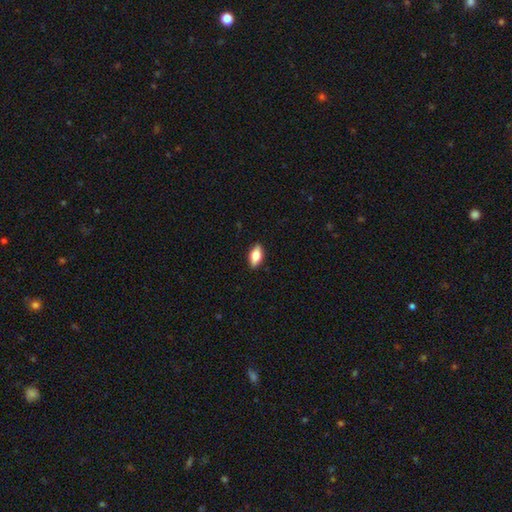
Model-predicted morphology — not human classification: A smooth galaxy with no disk features (74%) that is in between round and cigar-shaped (87%). Merging: none (89%).